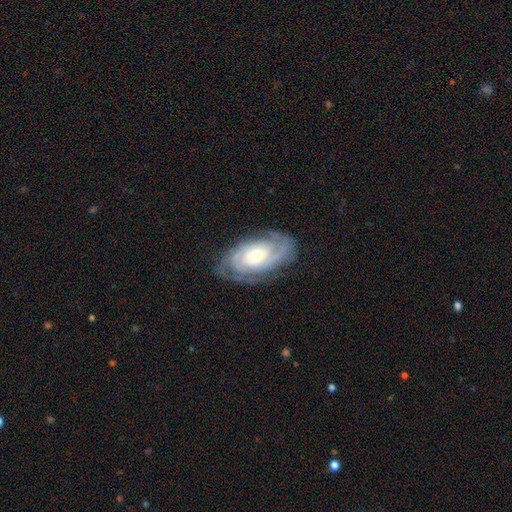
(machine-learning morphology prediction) A featured or disk galaxy (83%) with no bar (69%), 2 (45%) tight (67%) spiral arms (94%) and a moderate central bulge (62%).

Vote fractions:
- Smooth or featured? featured or disk: 83% / smooth: 12% / star or artifact: 5%
- Edge-on disk? no: 95% / yes: 5%
- Bar? no: 69% / weak: 25% / strong: 7%
- Spiral arms? yes: 94% / no: 6%
- Spiral winding? tight: 67% / medium: 27% / loose: 6%
- Spiral arm count? 2: 45% / can't tell: 27% / 3: 15% / 4: 5% / 1: 4% / more than 4: 4%
- Bulge size? moderate: 62% / small: 26% / large: 10% / none: 1% / dominant: 1%
- Merging? none: 77% / minor disturbance: 16% / major disturbance: 6% / merger: 1%